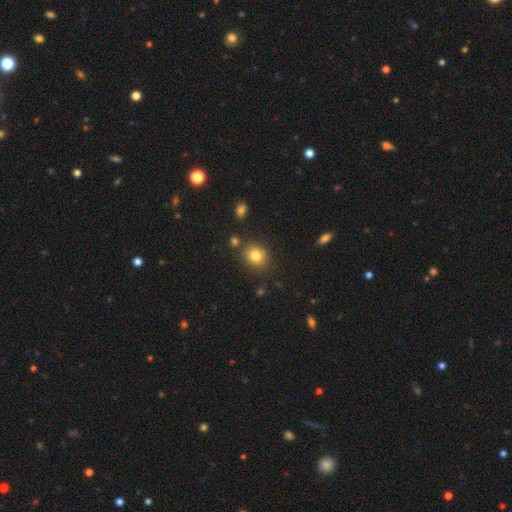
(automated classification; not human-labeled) Smooth or featured: smooth — 81% (star or artifact — 11%)
How rounded: round — 73% (in between — 26%)
Merging: none — 78% (minor disturbance — 12%)